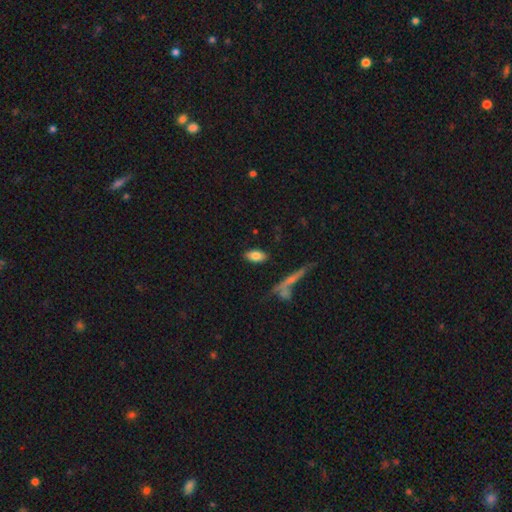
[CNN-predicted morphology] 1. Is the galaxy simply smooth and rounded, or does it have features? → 79% smooth, 13% featured or disk, 7% star or artifact.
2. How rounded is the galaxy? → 90% in between, 6% cigar-shaped, 4% round.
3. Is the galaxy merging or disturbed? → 83% none, 10% minor disturbance, 3% merger, 3% major disturbance.